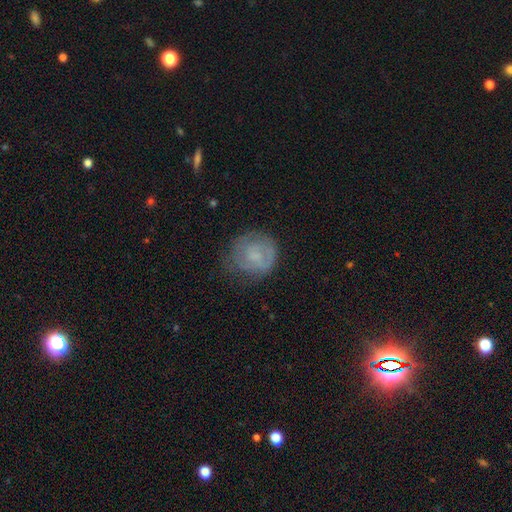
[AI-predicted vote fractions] A smooth galaxy with no disk features (53%) that is round (82%). Merging: none (58%).